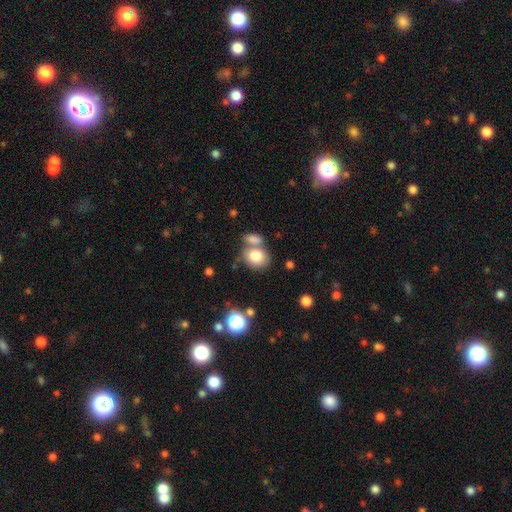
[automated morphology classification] This is likely a smooth galaxy (79%). How rounded: possibly round (57%). Merging: possibly none (52%).